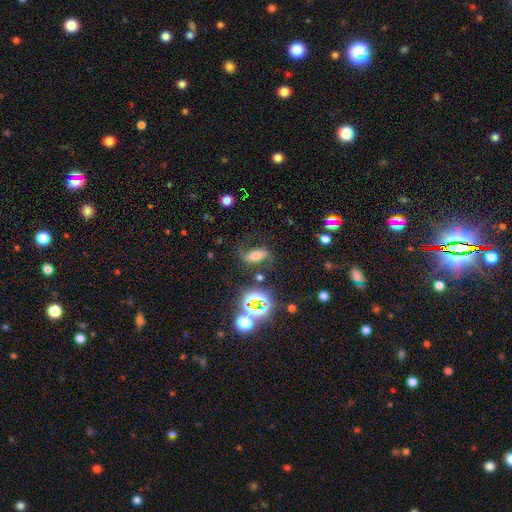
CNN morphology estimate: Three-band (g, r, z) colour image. It shows a featured or disk galaxy (41%). Merging: none (61%).